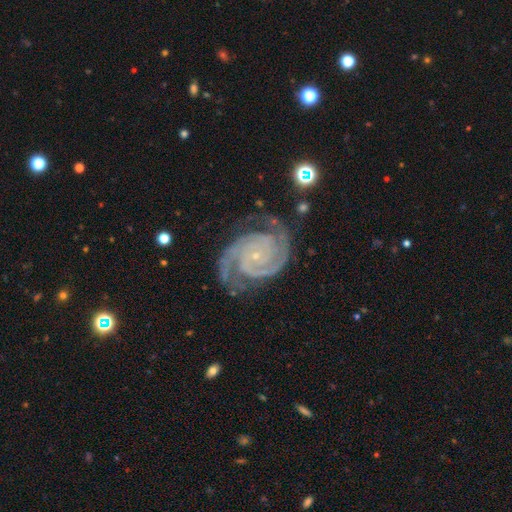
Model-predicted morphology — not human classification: type=featured or disk (94%); edge-on=no (98%); bar=no (75%); spiral arms=yes (99%); winding=tight (71%); arm count=2 (75%); bulge=small (88%); merging=none (75%).